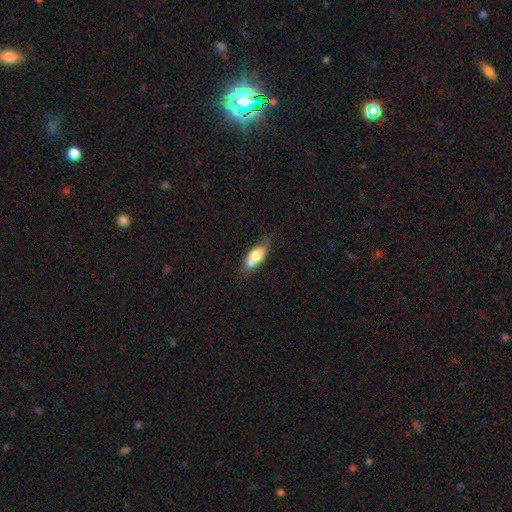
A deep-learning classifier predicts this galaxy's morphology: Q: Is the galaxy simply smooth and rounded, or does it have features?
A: smooth — 64%.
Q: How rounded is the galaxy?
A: in between — 75%.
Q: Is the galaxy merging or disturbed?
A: none — 42%.